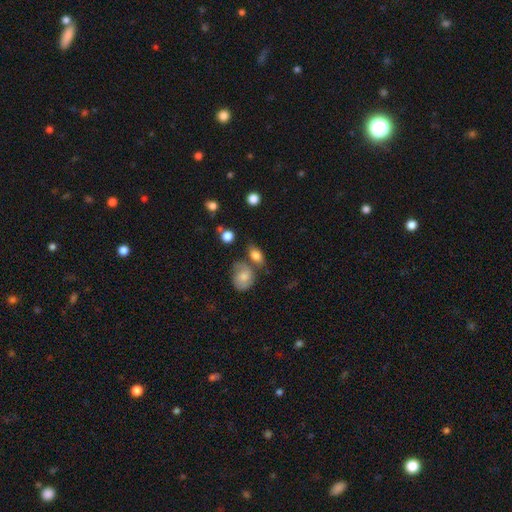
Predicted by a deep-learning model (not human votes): Smooth or featured: smooth — 79% (featured or disk — 12%)
How rounded: in between — 78% (round — 18%)
Merging: none — 55% (merger — 22%)